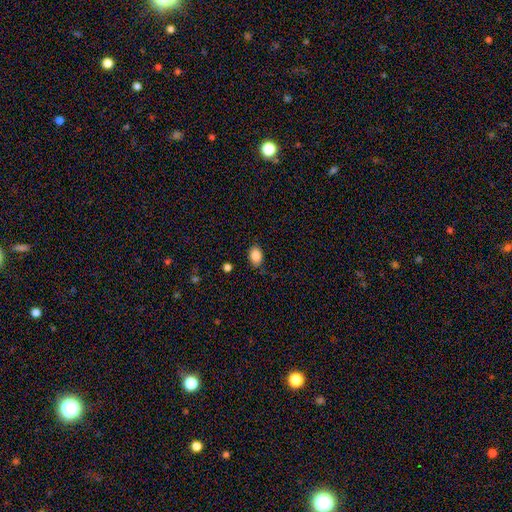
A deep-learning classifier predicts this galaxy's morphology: This is clearly a smooth galaxy (86%). How rounded: likely in between (77%). Merging: clearly none (81%).